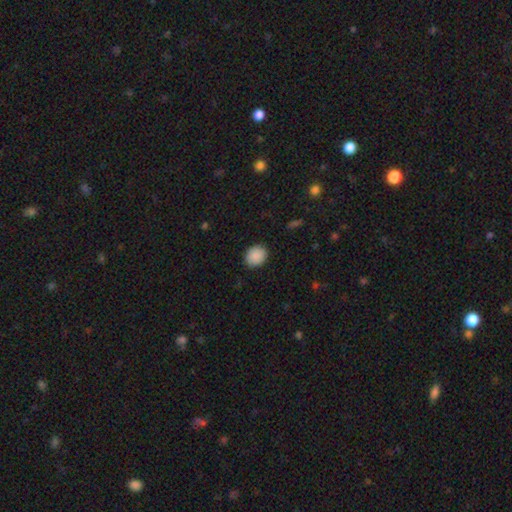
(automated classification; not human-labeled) smooth 90%, star or artifact 7%, featured or disk 3%. Down the decision tree: how rounded — round (63%); merging — none (89%).